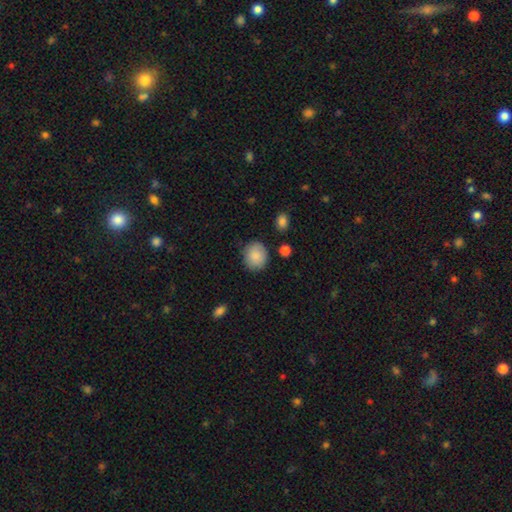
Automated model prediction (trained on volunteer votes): Overall: smooth (87%). How rounded: round (71%). Merging: none (82%).